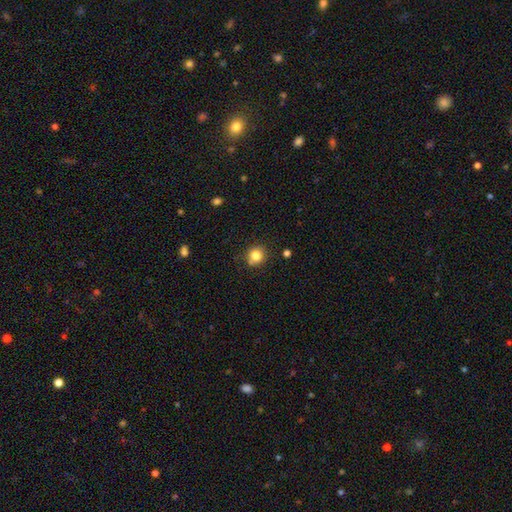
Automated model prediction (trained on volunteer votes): This appears to be a smooth galaxy with no disk features (82%) that is round (81%). Merging: none (79%).